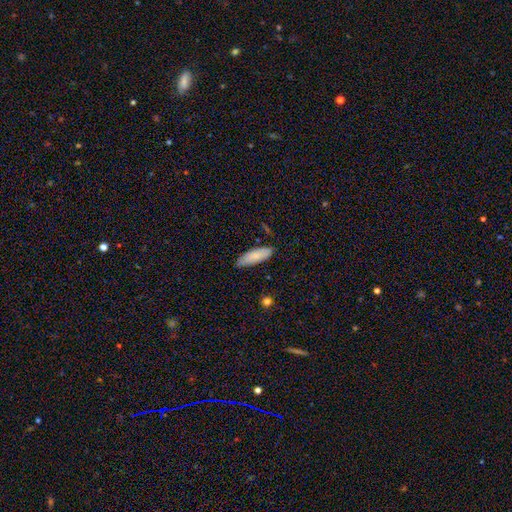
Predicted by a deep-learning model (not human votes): The model was most divided on "how rounded": in between: 57%, cigar-shaped: 41%, round: 2%. More confident: smooth or featured — smooth (82%); merging — none (79%).